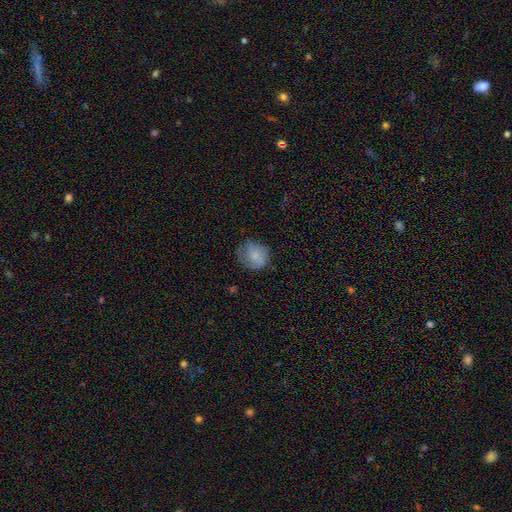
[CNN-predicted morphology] Smooth or featured: smooth — 77% (featured or disk — 15%)
How rounded: round — 75% (in between — 24%)
Merging: none — 58% (minor disturbance — 28%)